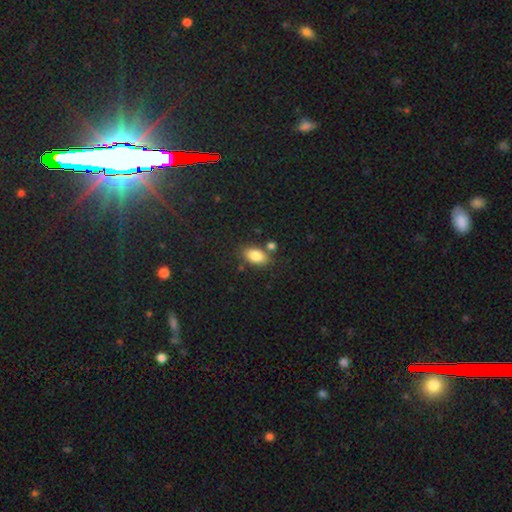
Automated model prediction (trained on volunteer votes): smooth 85%, star or artifact 8%, featured or disk 7%. Down the decision tree: how rounded — in between (90%); merging — none (74%).